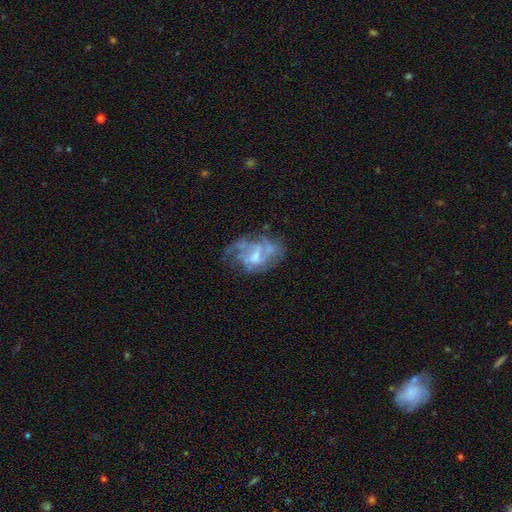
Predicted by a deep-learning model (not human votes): Smooth or featured? featured or disk (73%)
Edge-on disk? no (97%)
Bar? no (61%)
Spiral arms? yes (62%)
Bulge size? moderate (47%)
Merging? none (46%)